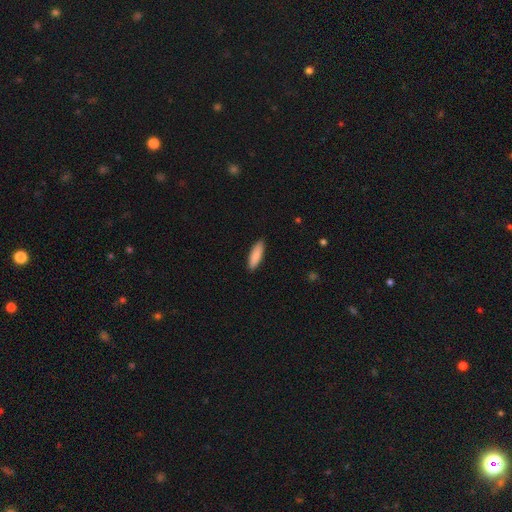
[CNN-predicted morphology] A smooth galaxy with no disk features (88%) that is cigar-shaped (51%). Merging: none (89%).